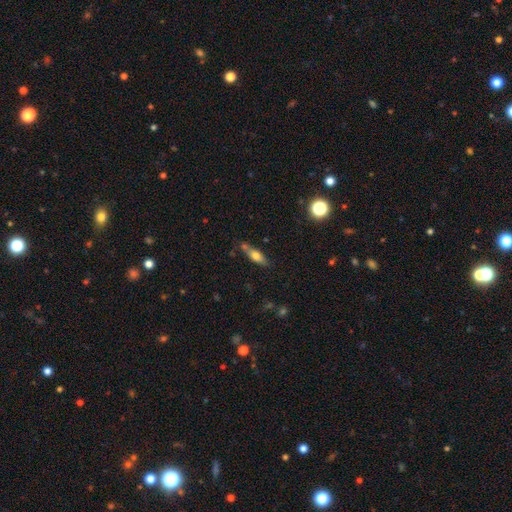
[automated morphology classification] type=smooth (61%); roundness=in between (50%); merging=none (66%).